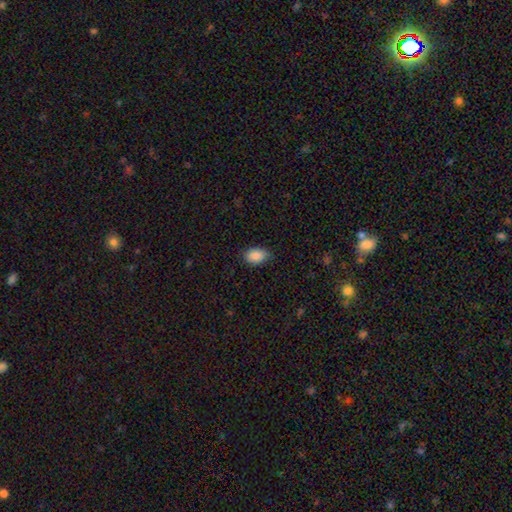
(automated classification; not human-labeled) This appears to be a smooth galaxy with no disk features (89%) that is in between round and cigar-shaped (86%). Merging: none (79%).